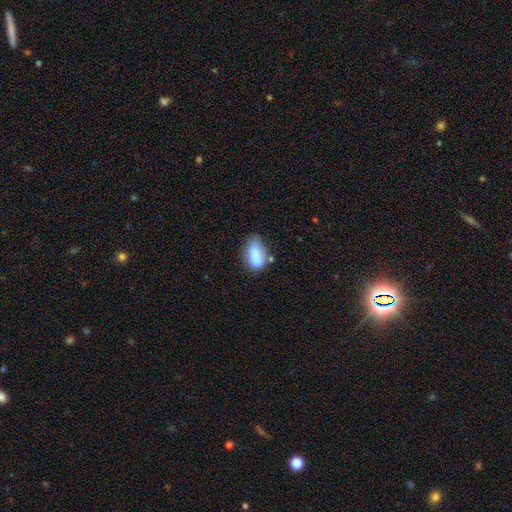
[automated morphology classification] smooth-or-featured: smooth: 82% | featured or disk: 10% | star or artifact: 8%
  how-rounded: in between: 90% | round: 6% | cigar-shaped: 4%
  merging: none: 53% | minor disturbance: 31% | merger: 9% | major disturbance: 8%